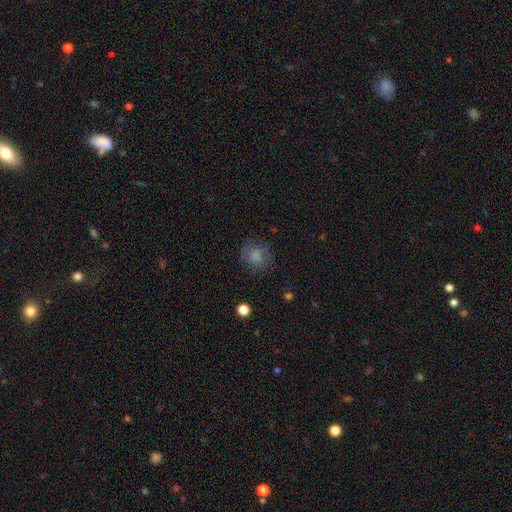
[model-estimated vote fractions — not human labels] Smooth or featured?
  - smooth: 75% *
  - featured or disk: 13%
  - star or artifact: 12%
How rounded?
  - round: 78% *
  - in between: 21%
  - cigar-shaped: 1%
Merging?
  - none: 68% *
  - minor disturbance: 19%
  - major disturbance: 11%
  - merger: 2%